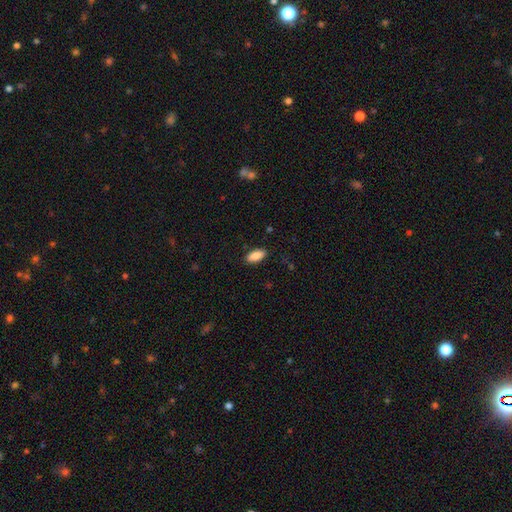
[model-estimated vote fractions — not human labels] A smooth galaxy with no disk features (89%) that is in between round and cigar-shaped (87%). Merging: none (88%).